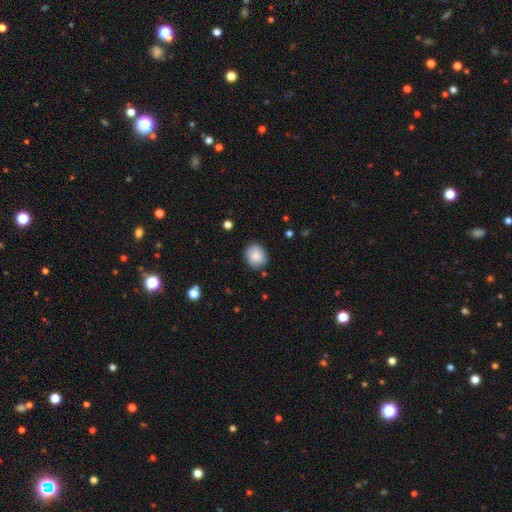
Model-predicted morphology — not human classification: Smooth or featured: smooth — 87% (star or artifact — 8%)
How rounded: round — 67% (in between — 32%)
Merging: none — 84% (minor disturbance — 12%)